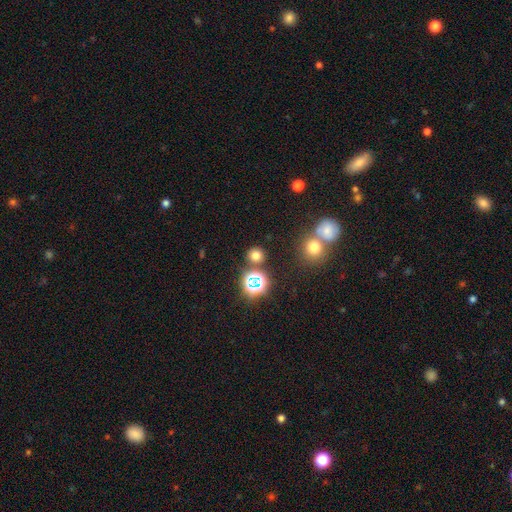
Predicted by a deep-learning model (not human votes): A smooth galaxy with no disk features (68%) that is round (88%). Merging: none (82%).